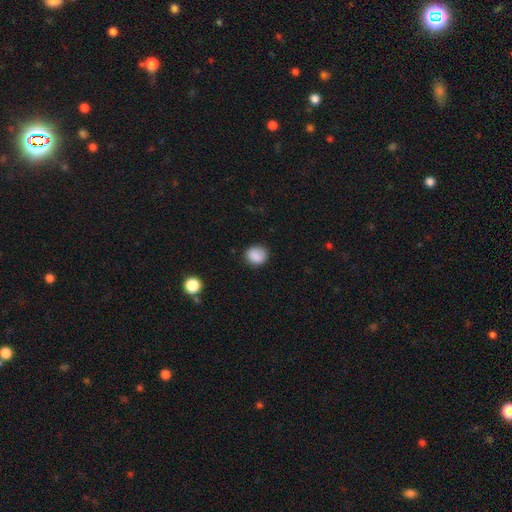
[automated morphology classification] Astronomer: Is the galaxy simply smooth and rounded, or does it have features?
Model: smooth — 87%.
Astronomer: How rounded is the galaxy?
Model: round — 73%.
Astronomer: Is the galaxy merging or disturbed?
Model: none — 81%.